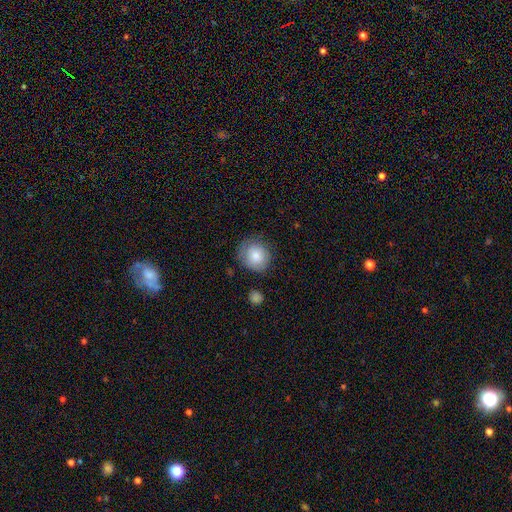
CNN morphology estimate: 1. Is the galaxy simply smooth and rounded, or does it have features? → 80% smooth, 13% featured or disk, 7% star or artifact.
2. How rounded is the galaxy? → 83% round, 17% in between, 1% cigar-shaped.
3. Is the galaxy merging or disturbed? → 74% none, 18% minor disturbance, 5% major disturbance, 2% merger.